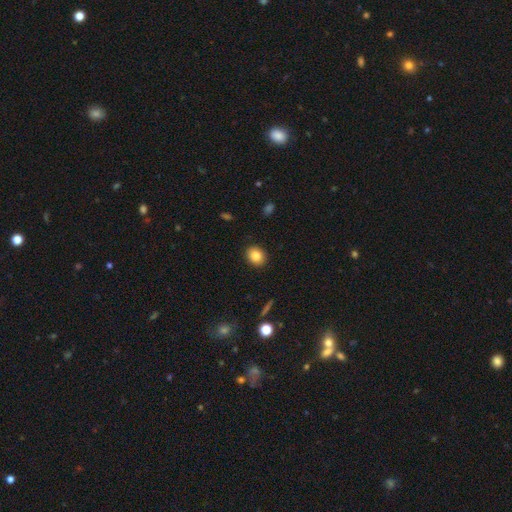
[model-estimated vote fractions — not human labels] This is clearly a smooth galaxy (84%). How rounded: likely round (66%). Merging: clearly none (91%).